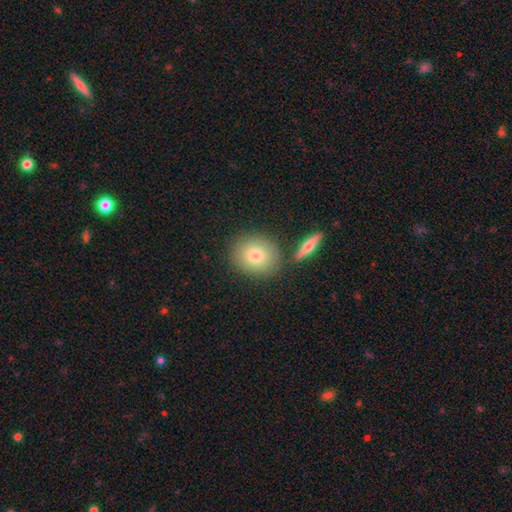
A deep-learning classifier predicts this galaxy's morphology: smooth 76%, featured or disk 15%, star or artifact 9%. Down the decision tree: how rounded — round (71%); merging — none (78%).